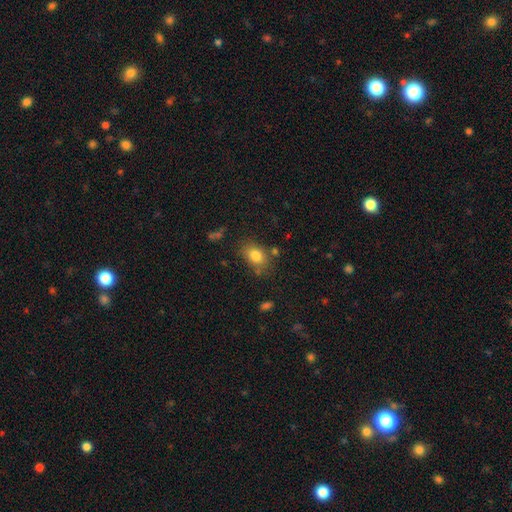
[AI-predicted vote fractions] A smooth galaxy with no disk features (81%) that is in between round and cigar-shaped (77%).

Vote fractions:
- Smooth or featured? smooth: 81% / star or artifact: 10% / featured or disk: 9%
- How rounded? in between: 77% / round: 21% / cigar-shaped: 1%
- Merging? none: 74% / minor disturbance: 16% / merger: 5% / major disturbance: 5%